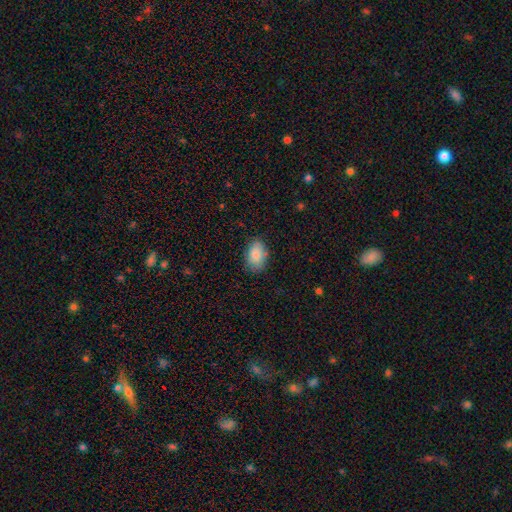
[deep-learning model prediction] A smooth galaxy with no disk features (85%) that is in between round and cigar-shaped (89%).

Vote fractions:
- Smooth or featured? smooth: 85% / featured or disk: 8% / star or artifact: 7%
- How rounded? in between: 89% / round: 10% / cigar-shaped: 1%
- Merging? none: 78% / minor disturbance: 17% / major disturbance: 4% / merger: 1%